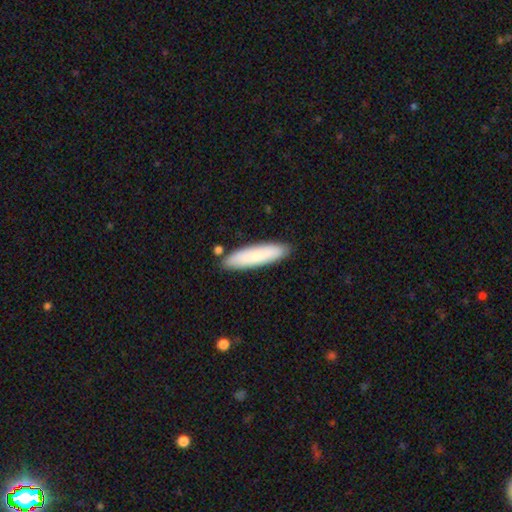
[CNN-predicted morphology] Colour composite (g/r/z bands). It shows a smooth galaxy with no disk features (80%) that is cigar-shaped (74%). Merging: none (86%).